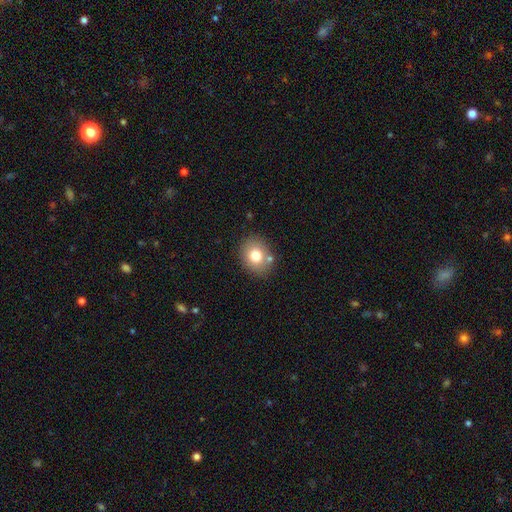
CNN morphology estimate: smooth_or_featured: smooth (p=0.76) [alt: featured or disk p=0.14]
how_rounded: round (p=0.61) [alt: in between p=0.38]
merging: none (p=0.79) [alt: minor disturbance p=0.11]